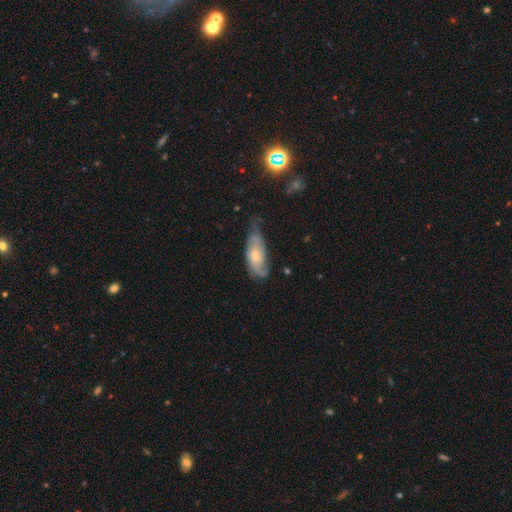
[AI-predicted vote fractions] featured or disk 55%, smooth 39%, star or artifact 6%. Down the decision tree: edge-on disk — no (85%); merging — none (42%).